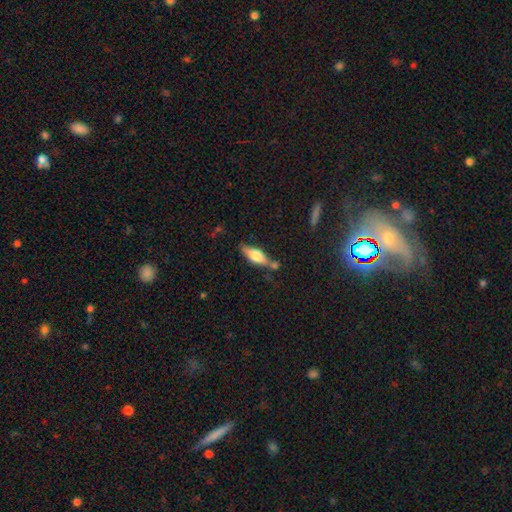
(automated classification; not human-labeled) Smooth or featured? smooth (50%)
Merging? none (61%)